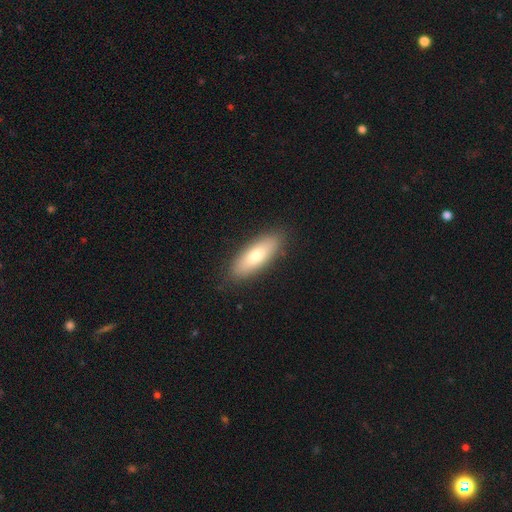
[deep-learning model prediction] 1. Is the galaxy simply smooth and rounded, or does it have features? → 73% smooth, 21% featured or disk, 6% star or artifact.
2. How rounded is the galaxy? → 65% in between, 33% cigar-shaped, 2% round.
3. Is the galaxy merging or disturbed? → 88% none, 9% minor disturbance, 2% major disturbance, 1% merger.